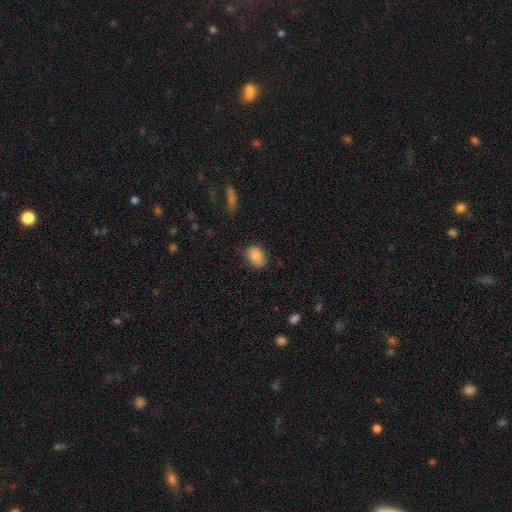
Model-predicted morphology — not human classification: A smooth galaxy with no disk features (86%) that is in between round and cigar-shaped (74%). Merging: none (72%).